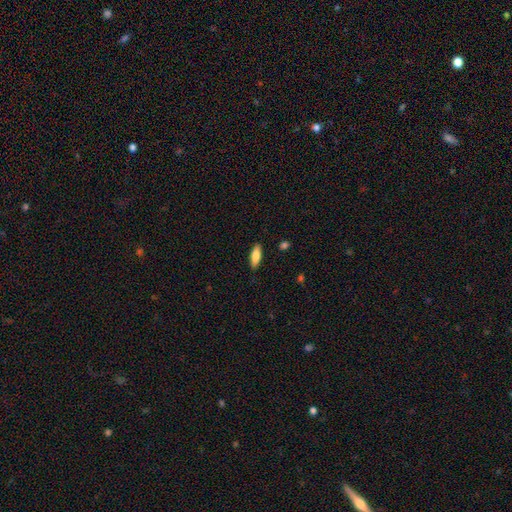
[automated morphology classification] A smooth galaxy with no disk features (79%) that is in between round and cigar-shaped (64%). Merging: none (88%).